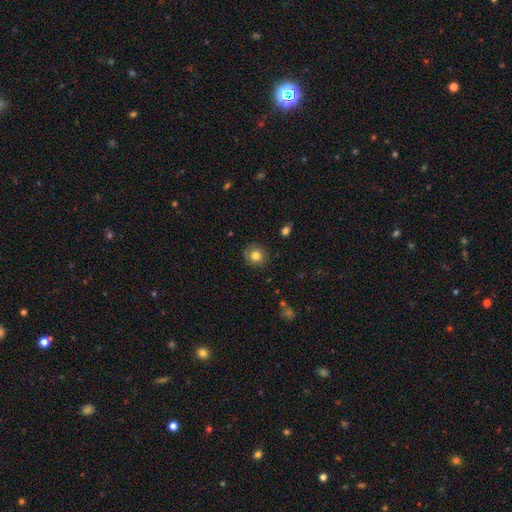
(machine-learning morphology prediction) The model was most divided on "smooth or featured": smooth: 79%, star or artifact: 11%, featured or disk: 10%. More confident: how rounded — round (87%); merging — none (86%).